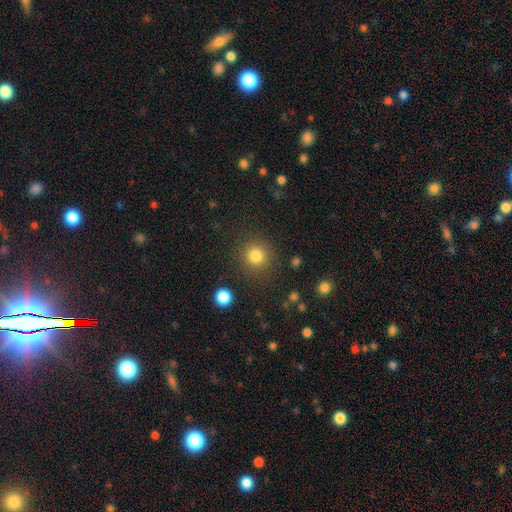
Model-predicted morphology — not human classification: Smooth or featured: smooth — 82% (star or artifact — 12%)
How rounded: round — 93% (in between — 6%)
Merging: none — 87% (minor disturbance — 7%)